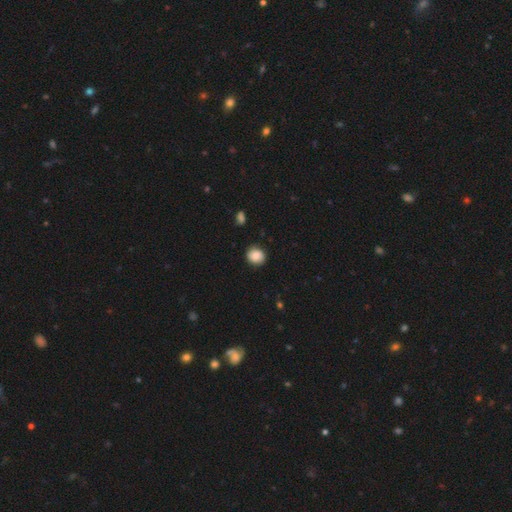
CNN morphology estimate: Overall: smooth (86%). How rounded: round (79%). Merging: none (88%).